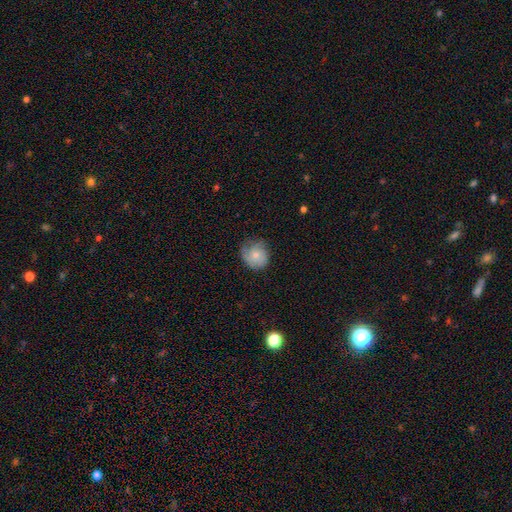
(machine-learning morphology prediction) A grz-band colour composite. It shows a smooth galaxy with no disk features (67%) that is round (82%). Merging: none (63%).